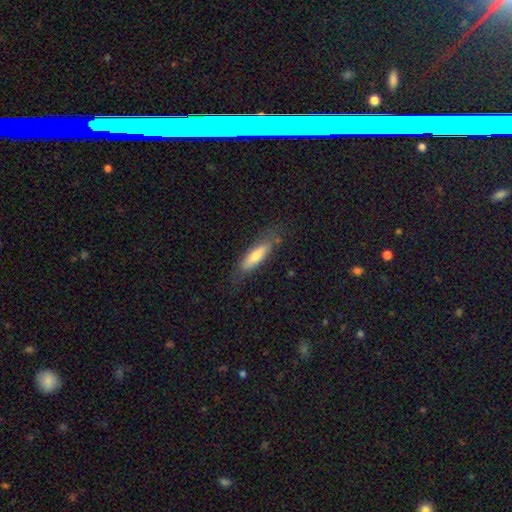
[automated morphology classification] type=smooth (64%); roundness=cigar-shaped (62%); merging=none (74%).